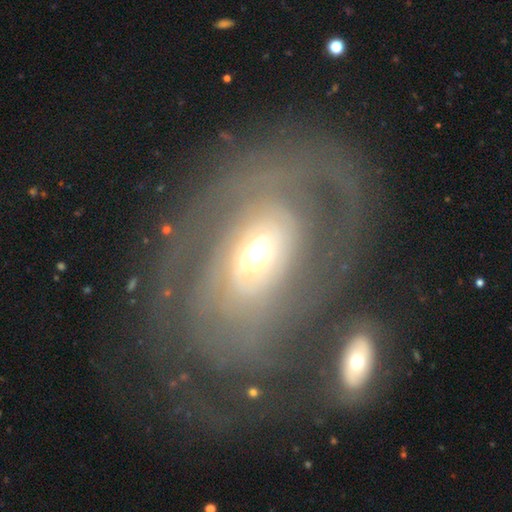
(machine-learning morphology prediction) Smooth or featured: featured or disk — 79% (smooth — 15%)
Edge-on disk: no — 95% (yes — 5%)
Bar: no — 62% (weak — 28%)
Spiral arms: yes — 78% (no — 22%)
Spiral winding: tight — 58% (medium — 28%)
Spiral arm count: can't tell — 42% (2 — 31%)
Bulge size: moderate — 53% (small — 36%)
Merging: none — 52% (major disturbance — 22%)